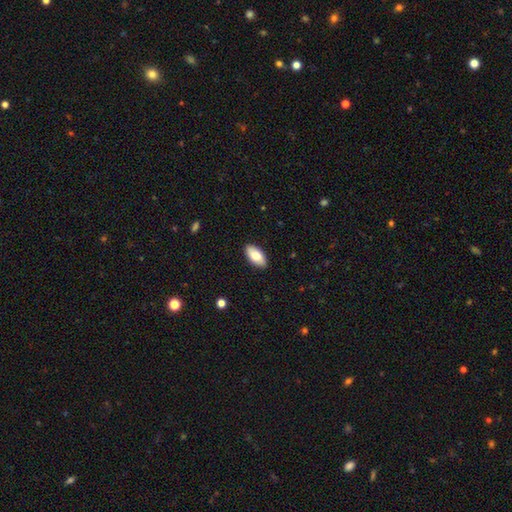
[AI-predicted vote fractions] Smooth or featured? Predicted: smooth (p=0.80). How rounded? Predicted: in between (p=0.93). Merging? Predicted: none (p=0.89).